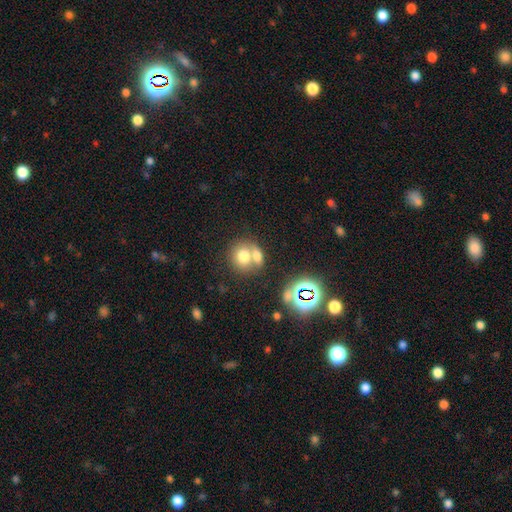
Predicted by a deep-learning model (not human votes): This is likely a smooth galaxy (71%). How rounded: likely round (61%). Merging: possibly merger (54%).